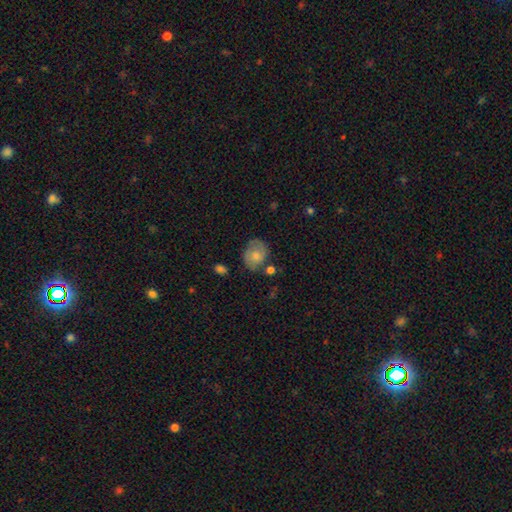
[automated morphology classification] Overall: smooth (59%; featured or disk 33%). How rounded: round (58%; in between 42%). Merging: none (60%; minor disturbance 24%).